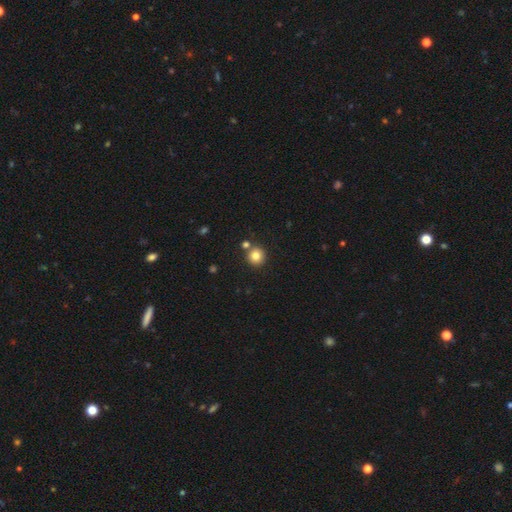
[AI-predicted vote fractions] This appears to be a smooth galaxy with no disk features (82%) that is round (93%). Merging: none (77%).